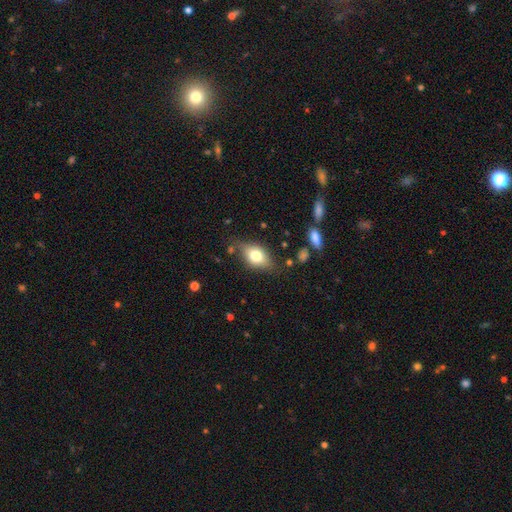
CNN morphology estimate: smooth_or_featured: smooth (p=0.72) [alt: featured or disk p=0.20]
how_rounded: in between (p=0.82) [alt: round p=0.14]
merging: none (p=0.73) [alt: minor disturbance p=0.19]